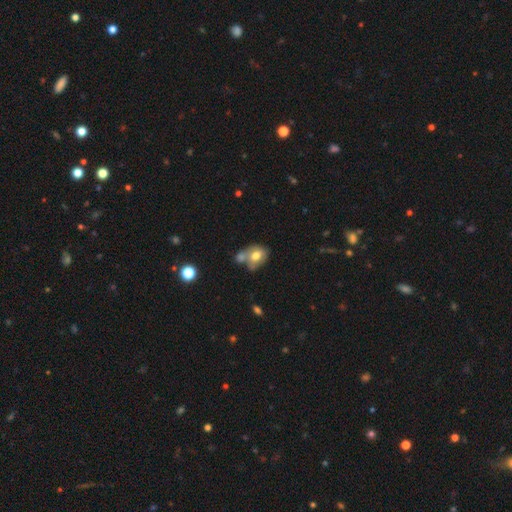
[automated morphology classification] This is likely a smooth galaxy (72%). How rounded: possibly in between (59%). Merging: possibly merger (47%).